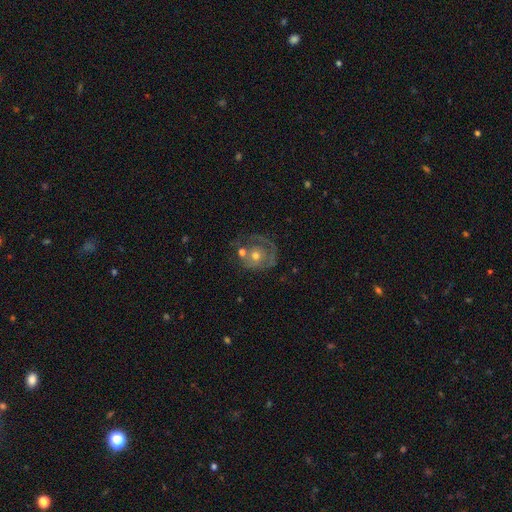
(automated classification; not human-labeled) Smooth or featured: featured or disk — 67% (smooth — 25%)
Edge-on disk: no — 97% (yes — 3%)
Bar: no — 85% (weak — 12%)
Spiral arms: yes — 56% (no — 44%)
Bulge size: moderate — 65% (small — 27%)
Merging: none — 47% (major disturbance — 20%)